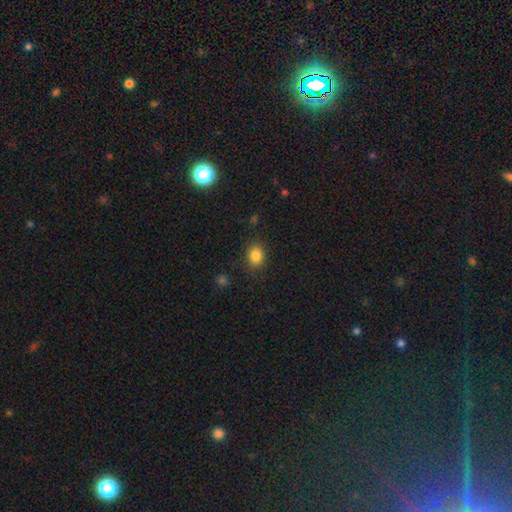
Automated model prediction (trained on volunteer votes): Q: Smooth or featured?
A: smooth (84%); runner-up: star or artifact (11%)
Q: How rounded?
A: round (55%); runner-up: in between (44%)
Q: Merging?
A: none (87%); runner-up: minor disturbance (9%)